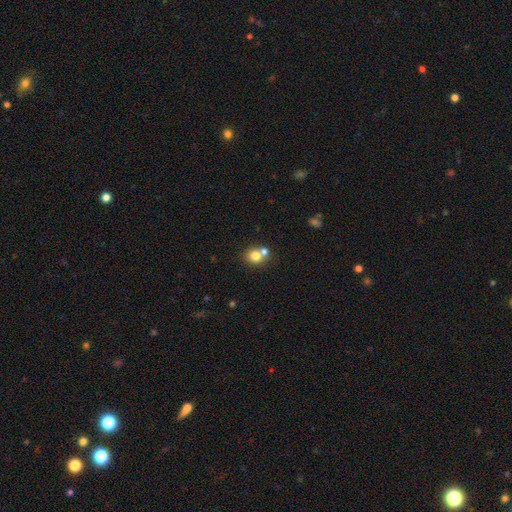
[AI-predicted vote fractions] Smooth or featured?
  - smooth: 77% *
  - featured or disk: 11%
  - star or artifact: 11%
How rounded?
  - round: 75% *
  - in between: 24%
  - cigar-shaped: 1%
Merging?
  - none: 50% *
  - merger: 38%
  - minor disturbance: 8%
  - major disturbance: 3%